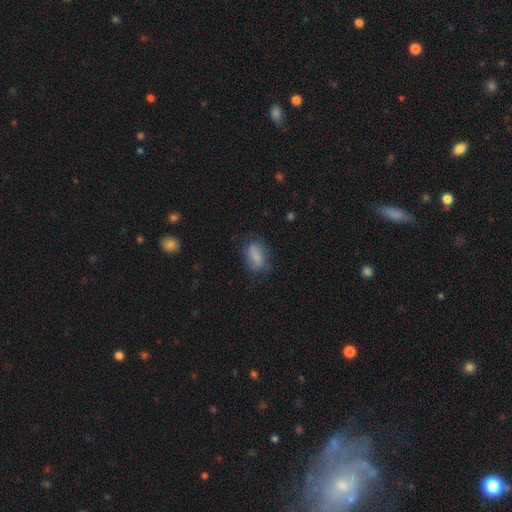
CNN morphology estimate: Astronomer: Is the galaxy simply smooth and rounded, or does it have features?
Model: smooth — 76%.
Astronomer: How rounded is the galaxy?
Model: in between — 84%.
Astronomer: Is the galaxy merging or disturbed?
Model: none — 63%.